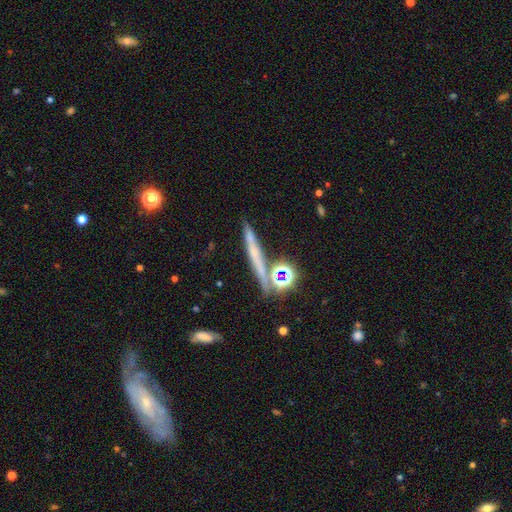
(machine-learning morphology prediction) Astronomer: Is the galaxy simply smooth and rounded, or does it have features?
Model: featured or disk — 40% (runner-up: smooth, 37%).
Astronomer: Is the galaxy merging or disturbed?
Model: none — 73%.